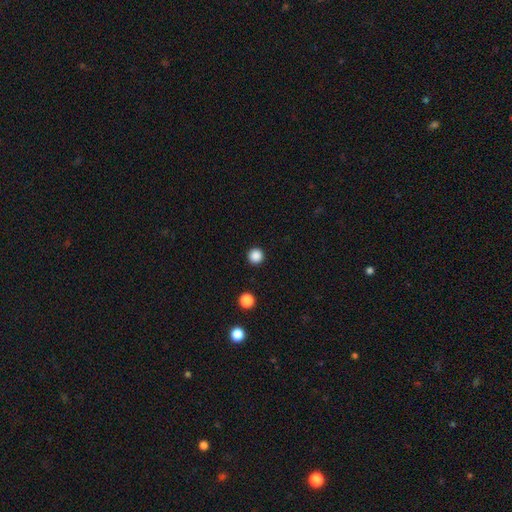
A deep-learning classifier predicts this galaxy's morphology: Smooth or featured?
  - smooth: 86% *
  - star or artifact: 11%
  - featured or disk: 2%
How rounded?
  - round: 97% *
  - in between: 2%
  - cigar-shaped: 1%
Merging?
  - none: 93% *
  - minor disturbance: 4%
  - major disturbance: 2%
  - merger: 1%